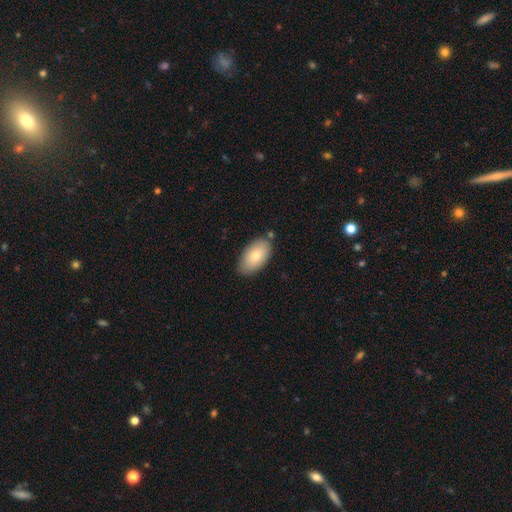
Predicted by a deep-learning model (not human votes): smooth 79%, featured or disk 14%, star or artifact 6%. Down the decision tree: how rounded — in between (95%); merging — none (80%).